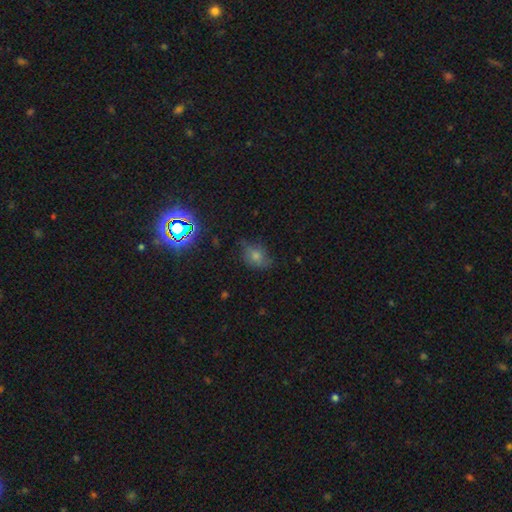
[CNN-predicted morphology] type=smooth (46%); merging=none (65%).